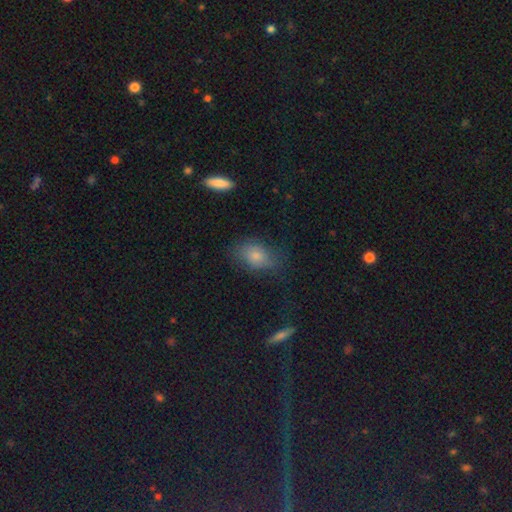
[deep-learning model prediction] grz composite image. It shows a smooth galaxy with no disk features (70%) that is in between round and cigar-shaped (77%). Merging: none (65%).